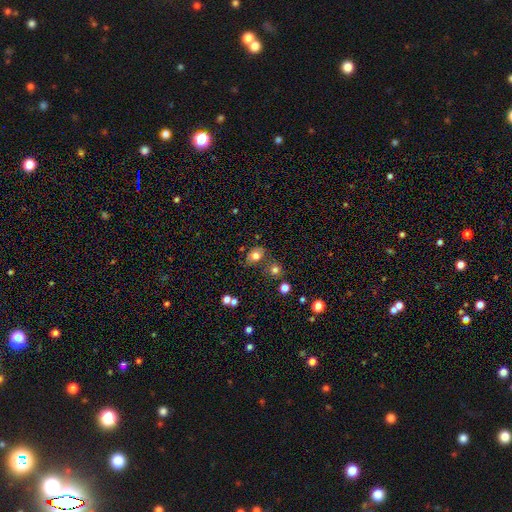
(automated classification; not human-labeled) The model was most divided on "how rounded": in between: 57%, round: 41%, cigar-shaped: 1%. More confident: smooth or featured — smooth (76%); merging — none (64%).